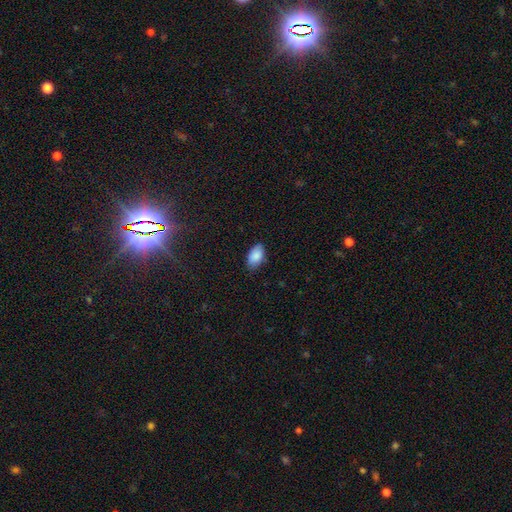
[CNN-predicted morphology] Smooth or featured?
  - smooth: 88% *
  - star or artifact: 7%
  - featured or disk: 5%
How rounded?
  - in between: 94% *
  - round: 4%
  - cigar-shaped: 2%
Merging?
  - none: 80% *
  - minor disturbance: 17%
  - major disturbance: 3%
  - merger: 1%